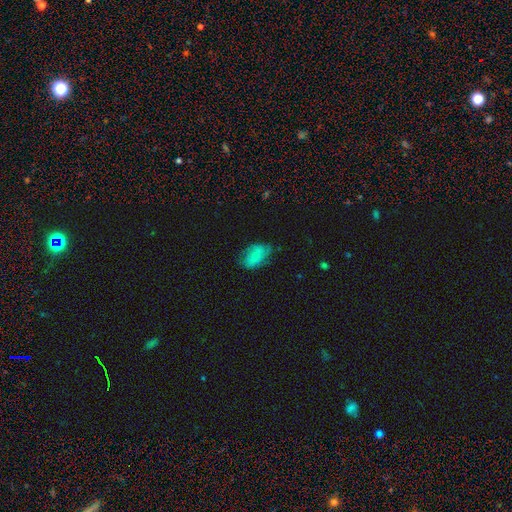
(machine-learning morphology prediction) Smooth or featured? Predicted: smooth (p=0.62). How rounded? Predicted: in between (p=0.89). Merging? Predicted: none (p=0.62).